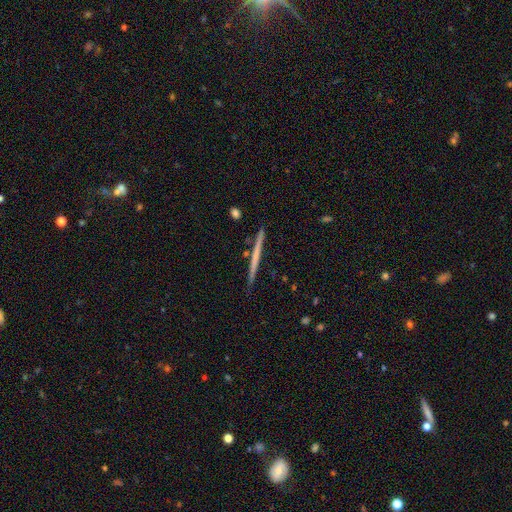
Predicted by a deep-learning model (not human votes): smooth_or_featured: featured or disk (p=0.50) [alt: smooth p=0.45]
merging: none (p=0.90) [alt: minor disturbance p=0.07]